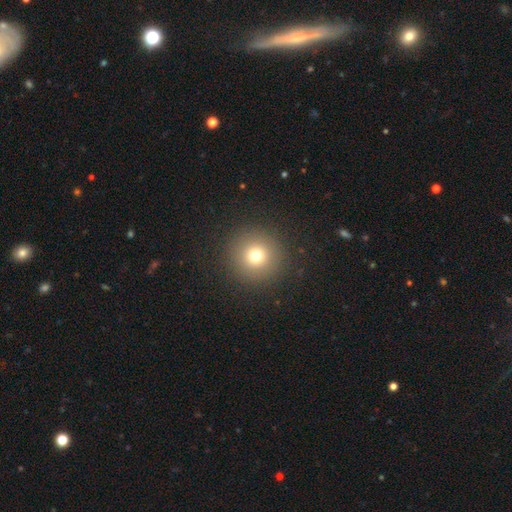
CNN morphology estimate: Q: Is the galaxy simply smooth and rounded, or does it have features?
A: smooth — 74%.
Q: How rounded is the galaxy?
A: round — 96%.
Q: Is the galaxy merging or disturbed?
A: none — 91%.